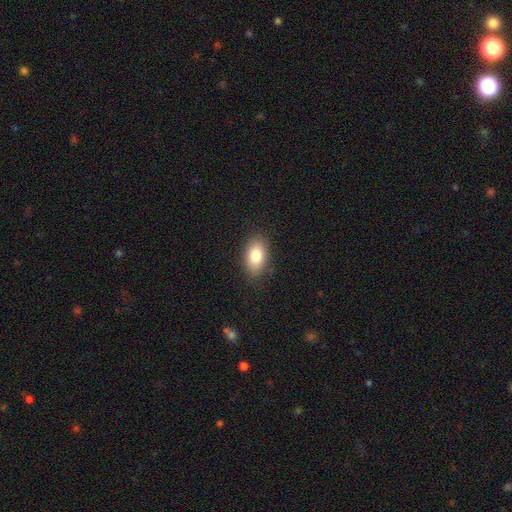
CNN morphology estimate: smooth 80%, featured or disk 11%, star or artifact 8%. Down the decision tree: how rounded — in between (89%); merging — none (85%).